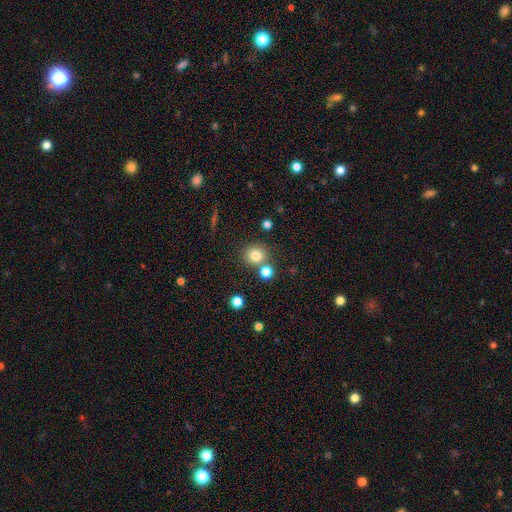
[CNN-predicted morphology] This is likely a smooth galaxy (78%). How rounded: clearly round (89%). Merging: likely none (73%).